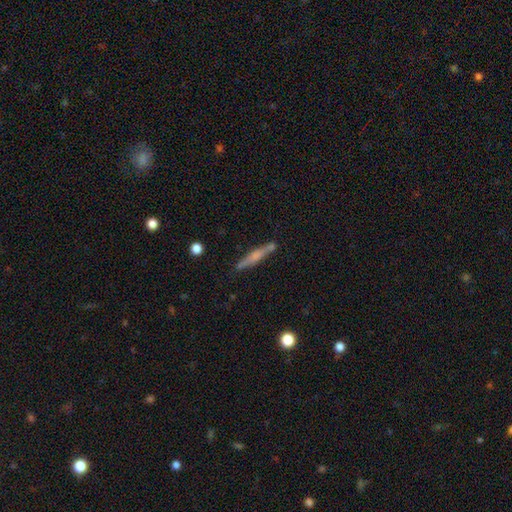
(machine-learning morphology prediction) Smooth or featured?
  - featured or disk: 57% *
  - smooth: 36%
  - star or artifact: 7%
Edge-on disk?
  - yes: 97% *
  - no: 3%
Edge-on bulge?
  - rounded: 62% *
  - none: 24%
  - boxy: 15%
Merging?
  - none: 84% *
  - minor disturbance: 10%
  - merger: 4%
  - major disturbance: 2%